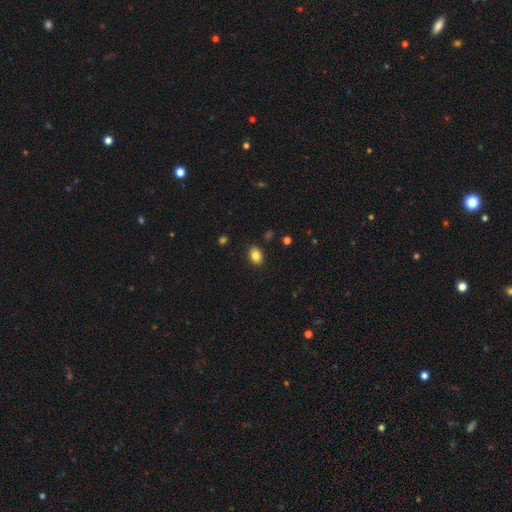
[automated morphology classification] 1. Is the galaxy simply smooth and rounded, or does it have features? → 84% smooth, 9% star or artifact, 6% featured or disk.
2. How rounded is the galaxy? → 77% in between, 22% round, 1% cigar-shaped.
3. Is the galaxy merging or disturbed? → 88% none, 9% minor disturbance, 2% major disturbance, 1% merger.